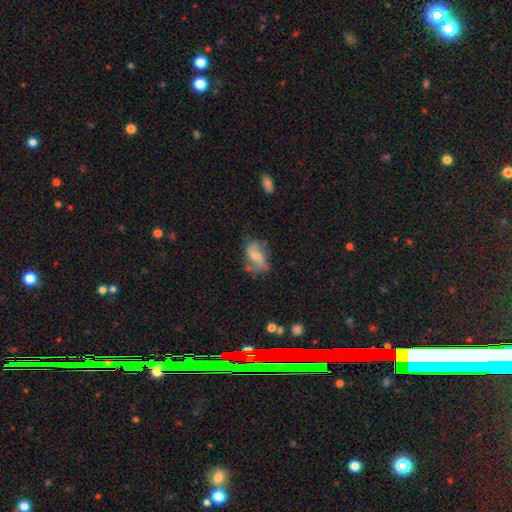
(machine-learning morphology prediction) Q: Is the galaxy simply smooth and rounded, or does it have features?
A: featured or disk — 55%.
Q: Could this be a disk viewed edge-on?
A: no — 95%.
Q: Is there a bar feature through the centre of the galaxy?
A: weak — 41%.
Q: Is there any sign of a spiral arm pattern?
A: yes — 80%.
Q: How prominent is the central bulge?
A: small — 46%.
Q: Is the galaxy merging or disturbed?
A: none — 53%.